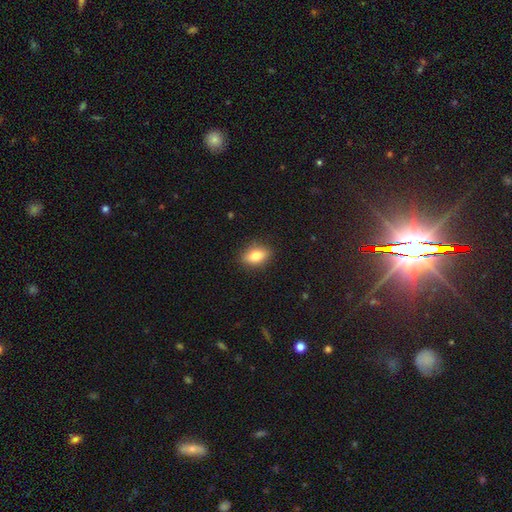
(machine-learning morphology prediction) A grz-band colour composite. It shows a smooth galaxy with no disk features (82%) that is in between round and cigar-shaped (84%). Merging: none (86%).